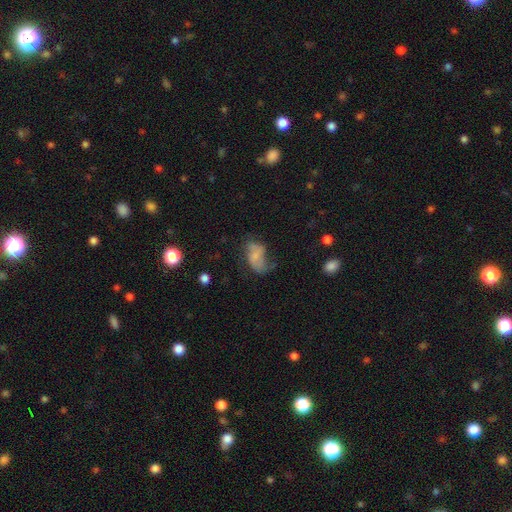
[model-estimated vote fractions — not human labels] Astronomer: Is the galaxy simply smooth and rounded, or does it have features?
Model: smooth — 55% (runner-up: featured or disk, 34%).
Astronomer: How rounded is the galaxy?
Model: in between — 91%.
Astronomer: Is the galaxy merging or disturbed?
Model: none — 35% (runner-up: minor disturbance, 30%).